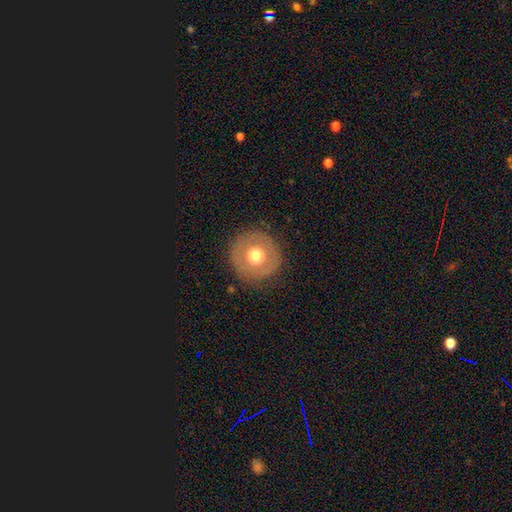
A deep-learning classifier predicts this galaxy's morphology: This appears to be a smooth galaxy with no disk features (59%) that is round (95%). Merging: none (86%).